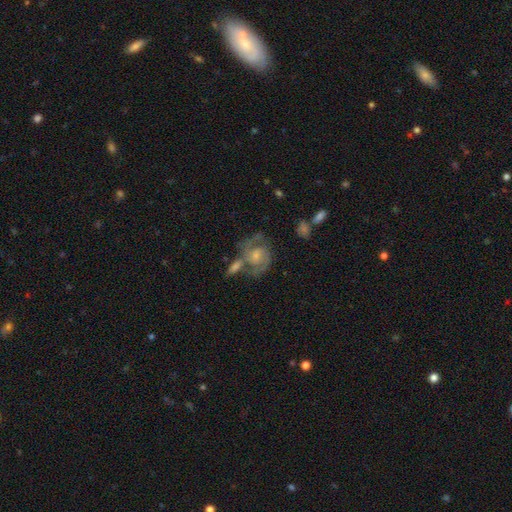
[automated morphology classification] Smooth or featured: featured or disk — 83% (smooth — 9%)
Edge-on disk: no — 98% (yes — 2%)
Bar: no — 60% (weak — 33%)
Spiral arms: yes — 94% (no — 6%)
Spiral winding: medium — 50% (tight — 38%)
Spiral arm count: 2 — 77% (can't tell — 9%)
Bulge size: moderate — 46% (small — 44%)
Merging: none — 50% (merger — 25%)